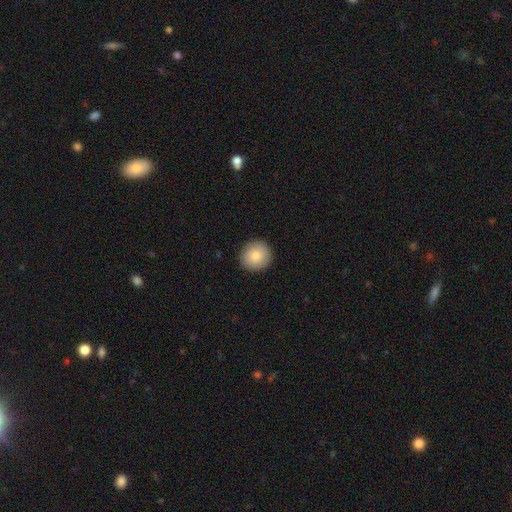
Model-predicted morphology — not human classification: type=smooth (85%); roundness=round (91%); merging=none (91%).